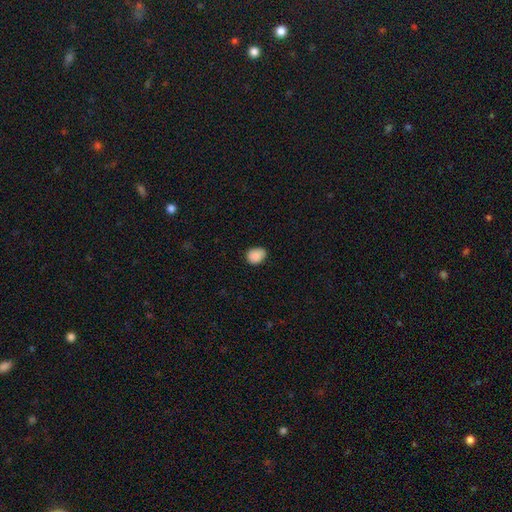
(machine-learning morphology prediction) type=smooth (89%); roundness=in between (50%); merging=none (80%).